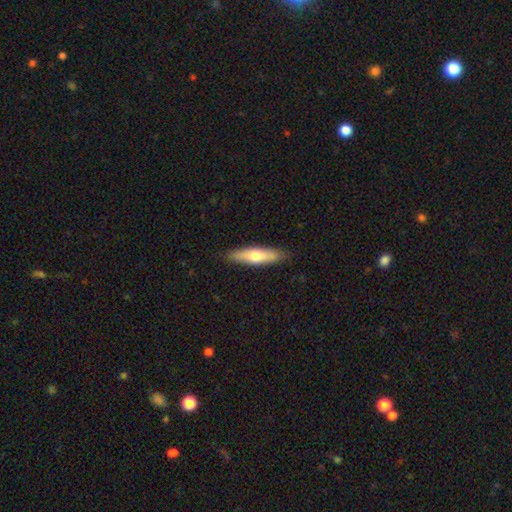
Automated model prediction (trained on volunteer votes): A smooth galaxy with no disk features (59%) that is cigar-shaped (70%).

Vote fractions:
- Smooth or featured? smooth: 59% / featured or disk: 36% / star or artifact: 6%
- How rounded? cigar-shaped: 70% / in between: 28% / round: 2%
- Merging? none: 86% / minor disturbance: 11% / major disturbance: 2% / merger: 1%